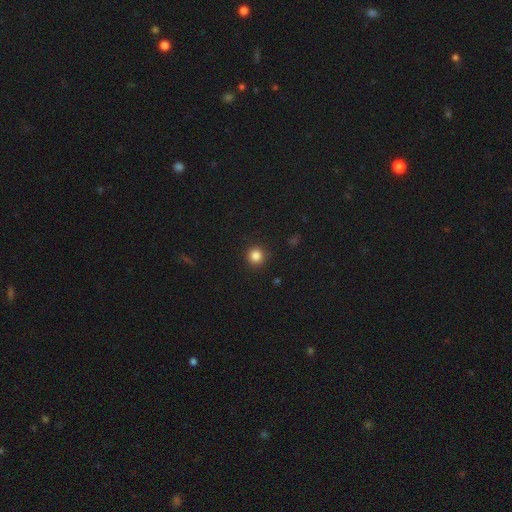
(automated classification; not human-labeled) A smooth galaxy with no disk features (84%) that is round (94%).

Vote fractions:
- Smooth or featured? smooth: 84% / star or artifact: 12% / featured or disk: 4%
- How rounded? round: 94% / in between: 5% / cigar-shaped: 1%
- Merging? none: 91% / minor disturbance: 5% / major disturbance: 2% / merger: 1%